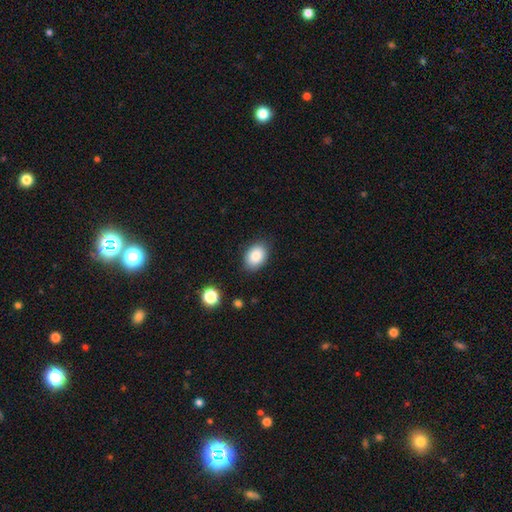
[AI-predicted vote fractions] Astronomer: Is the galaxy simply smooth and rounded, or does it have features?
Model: smooth — 86%.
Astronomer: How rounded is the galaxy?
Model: in between — 82%.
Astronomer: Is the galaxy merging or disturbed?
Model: none — 85%.